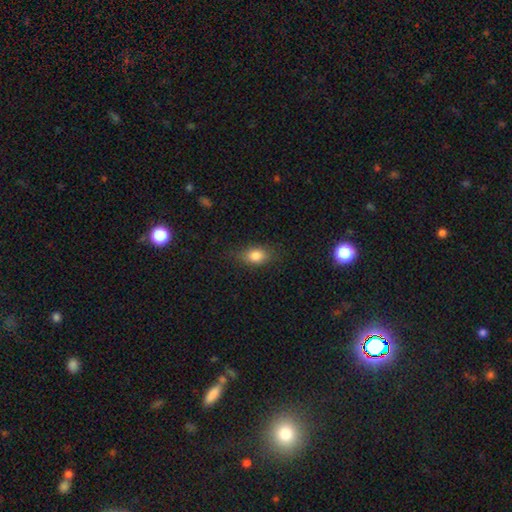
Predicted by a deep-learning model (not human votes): This is clearly a smooth galaxy (82%). How rounded: likely in between (76%). Merging: likely none (77%).